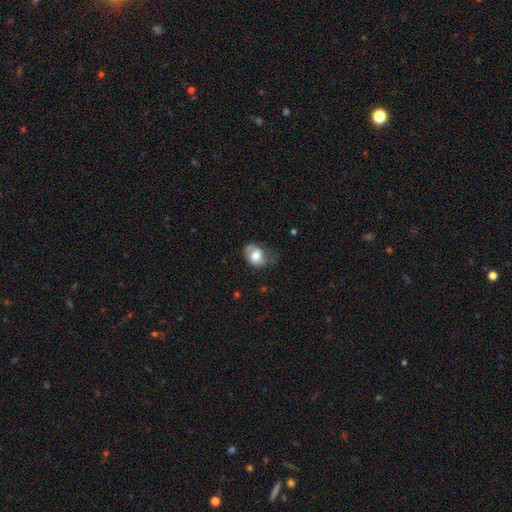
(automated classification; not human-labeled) This appears to be a smooth galaxy with no disk features (65%) that is in between round and cigar-shaped (64%). Merging: none (37%).